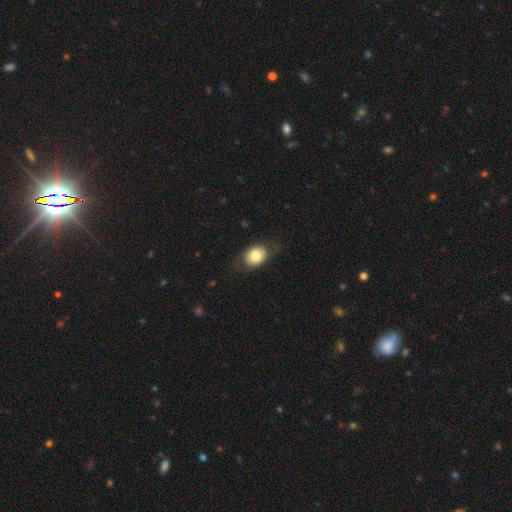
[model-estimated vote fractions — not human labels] A smooth galaxy with no disk features (72%) that is in between round and cigar-shaped (62%).

Vote fractions:
- Smooth or featured? smooth: 72% / featured or disk: 21% / star or artifact: 7%
- How rounded? in between: 62% / round: 37% / cigar-shaped: 1%
- Merging? none: 73% / minor disturbance: 17% / major disturbance: 9% / merger: 1%